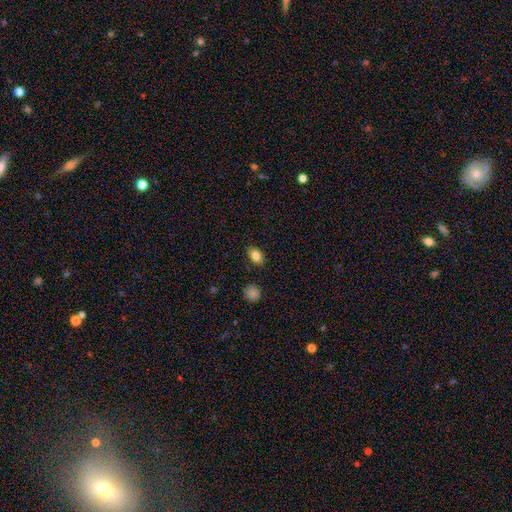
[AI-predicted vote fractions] Smooth or featured? smooth (83%)
How rounded? in between (83%)
Merging? none (85%)